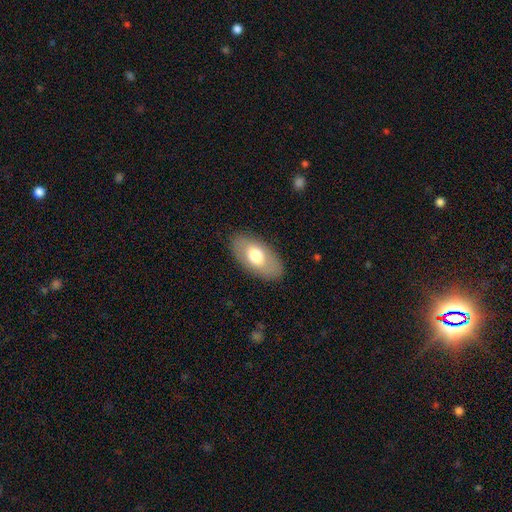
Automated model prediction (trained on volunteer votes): The model was most divided on "smooth or featured": smooth: 68%, featured or disk: 26%, star or artifact: 6%. More confident: how rounded — in between (93%); merging — none (85%).